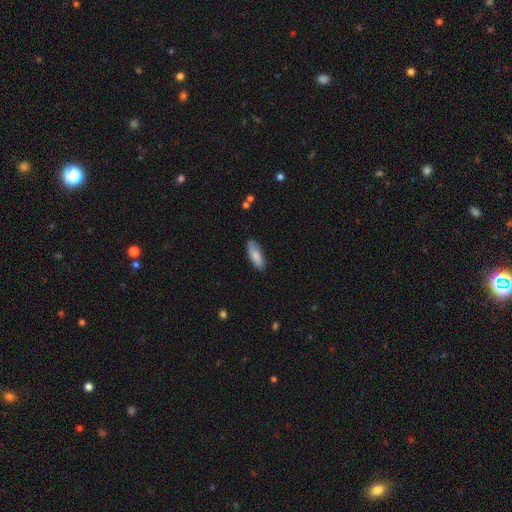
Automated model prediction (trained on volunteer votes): The model was most divided on "how rounded": in between: 67%, cigar-shaped: 31%, round: 2%. More confident: merging — none (82%); smooth or featured — smooth (81%).